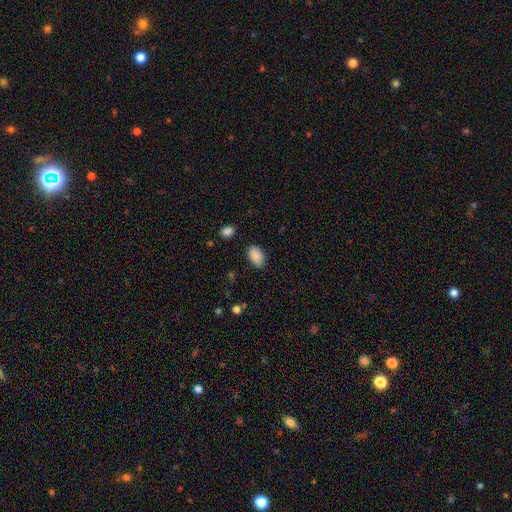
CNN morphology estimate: Smooth or featured?
  - smooth: 88% *
  - star or artifact: 7%
  - featured or disk: 4%
How rounded?
  - in between: 92% *
  - round: 7%
  - cigar-shaped: 1%
Merging?
  - none: 79% *
  - minor disturbance: 16%
  - major disturbance: 3%
  - merger: 2%